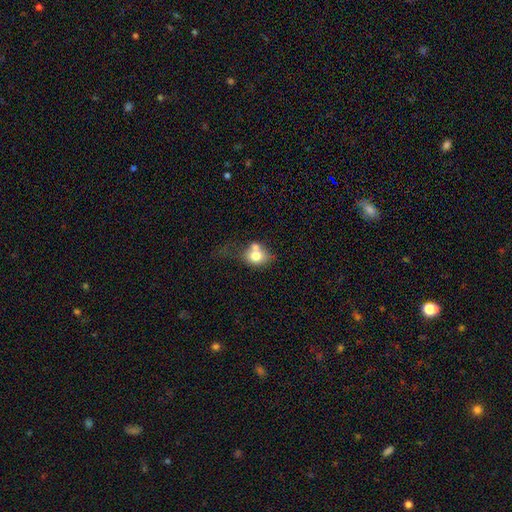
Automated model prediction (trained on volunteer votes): smooth-or-featured: smooth: 70% | featured or disk: 21% | star or artifact: 9%
  how-rounded: in between: 52% | round: 46% | cigar-shaped: 2%
  merging: merger: 46% | none: 28% | minor disturbance: 15% | major disturbance: 10%